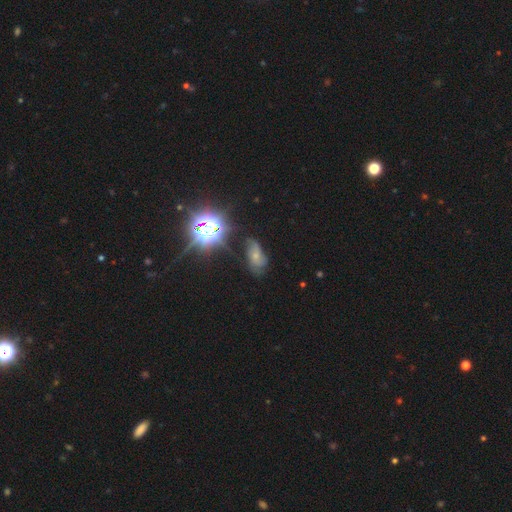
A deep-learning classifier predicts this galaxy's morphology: This appears to be a featured or disk galaxy (36%). Merging: none (45%).